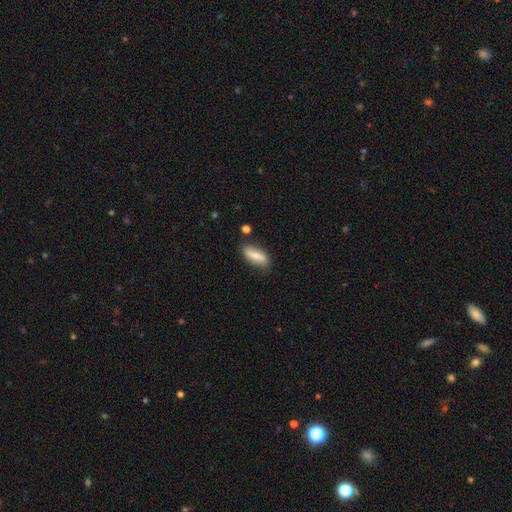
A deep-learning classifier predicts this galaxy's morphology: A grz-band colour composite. It shows a smooth galaxy with no disk features (73%) that is in between round and cigar-shaped (67%). Merging: none (76%).